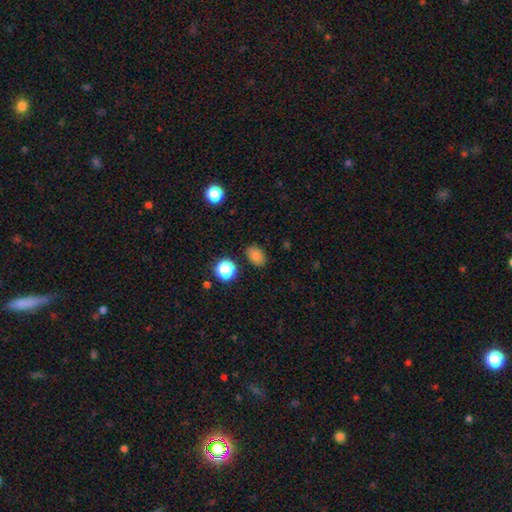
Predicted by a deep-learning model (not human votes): Q: Smooth or featured?
A: smooth (76%); runner-up: star or artifact (17%)
Q: How rounded?
A: in between (67%); runner-up: round (32%)
Q: Merging?
A: none (86%); runner-up: minor disturbance (9%)